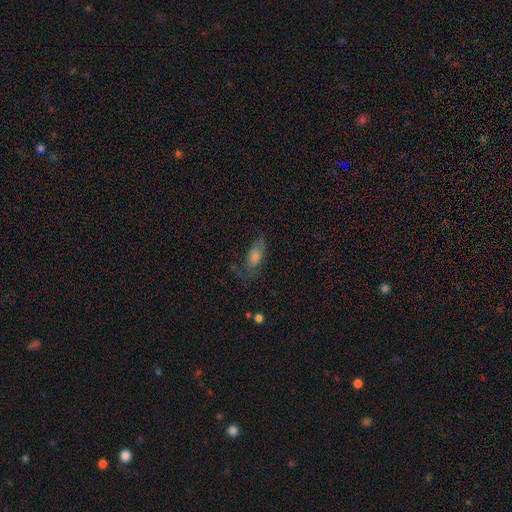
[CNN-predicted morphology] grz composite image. It shows a smooth galaxy with no disk features (55%) that is in between round and cigar-shaped (74%). Merging: none (58%).